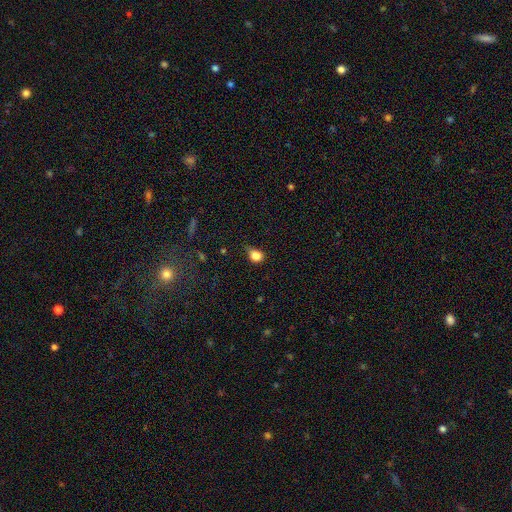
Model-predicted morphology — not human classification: Smooth or featured? smooth (84%)
How rounded? round (55%)
Merging? none (50%)